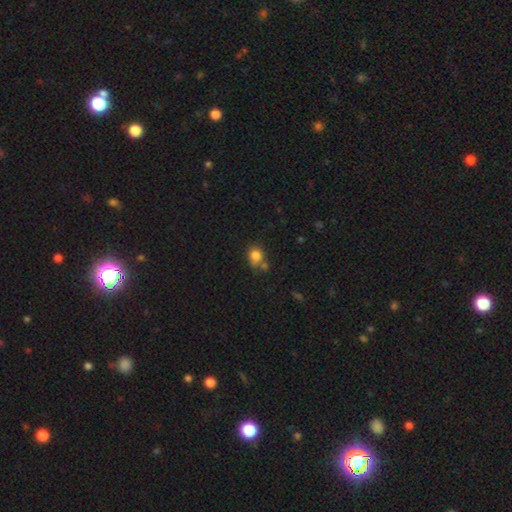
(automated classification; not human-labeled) Overall: smooth (81%). How rounded: round (69%; in between 30%). Merging: none (56%; merger 22%).